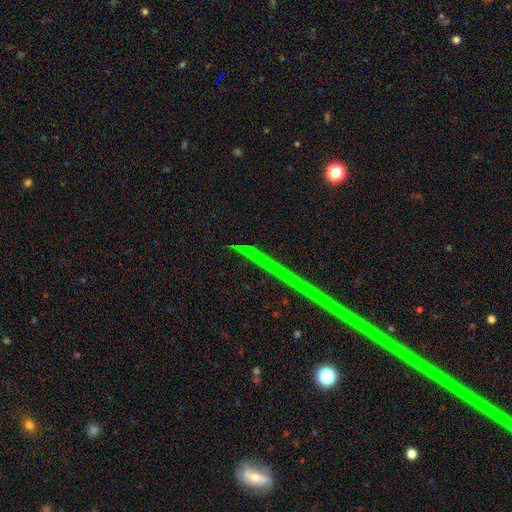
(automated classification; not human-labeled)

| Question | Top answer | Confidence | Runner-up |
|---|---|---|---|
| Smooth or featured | star or artifact | 80% | featured or disk (12%) |